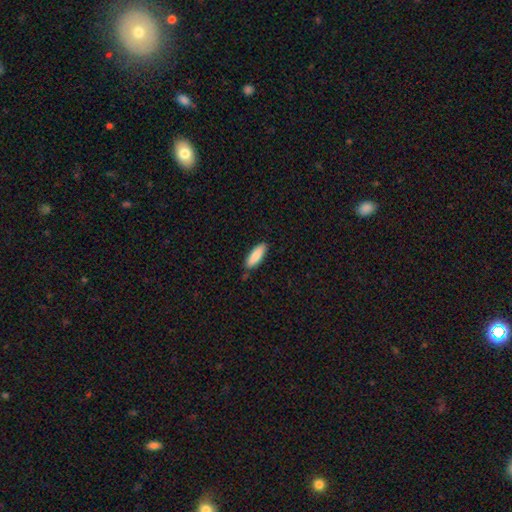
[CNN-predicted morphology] smooth_or_featured: smooth (p=0.85) [alt: featured or disk p=0.09]
how_rounded: in between (p=0.55) [alt: cigar-shaped p=0.44]
merging: none (p=0.83) [alt: minor disturbance p=0.13]